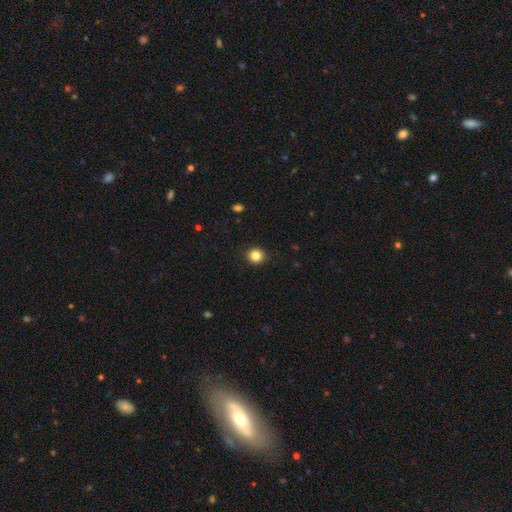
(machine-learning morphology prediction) smooth_or_featured: smooth (p=0.84) [alt: star or artifact p=0.11]
how_rounded: round (p=0.90) [alt: in between p=0.09]
merging: none (p=0.91) [alt: minor disturbance p=0.06]